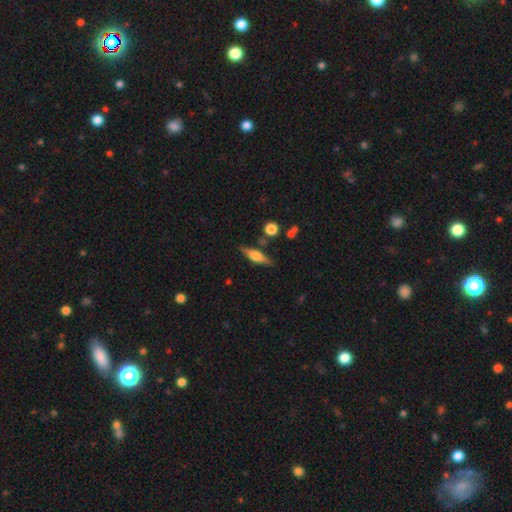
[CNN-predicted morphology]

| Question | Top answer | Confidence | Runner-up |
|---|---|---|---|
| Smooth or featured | featured or disk | 59% | smooth (34%) |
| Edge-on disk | yes | 95% | no (5%) |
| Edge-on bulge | rounded | 86% | boxy (12%) |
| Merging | none | 82% | minor disturbance (11%) |